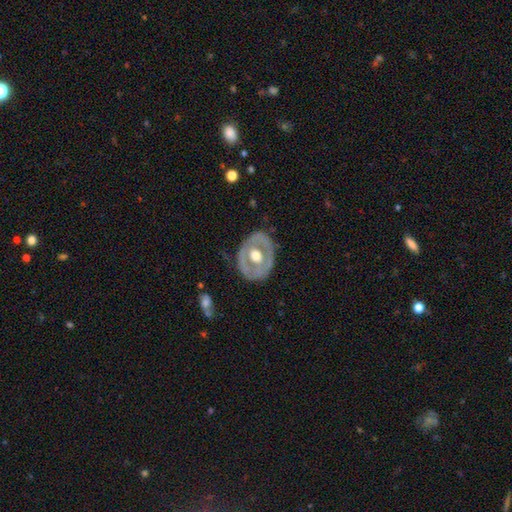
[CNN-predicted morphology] The model was most divided on "smooth or featured": featured or disk: 61%, smooth: 34%, star or artifact: 5%. More confident: edge-on disk — no (93%); spiral arms — no (87%); bar — no (82%); merging — none (76%); bulge size — moderate (63%).